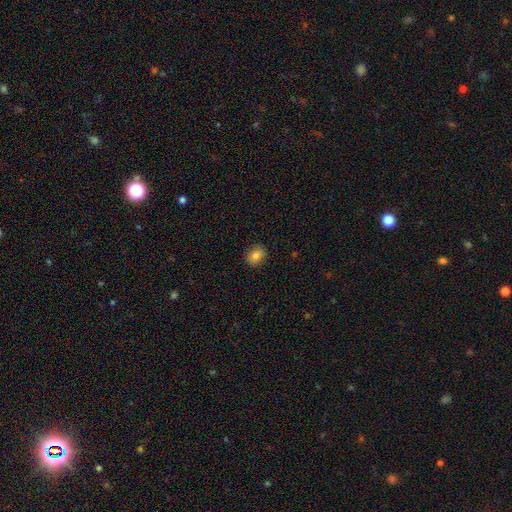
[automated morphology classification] Smooth or featured: smooth — 83% (star or artifact — 10%)
How rounded: in between — 53% (round — 46%)
Merging: none — 88% (minor disturbance — 9%)